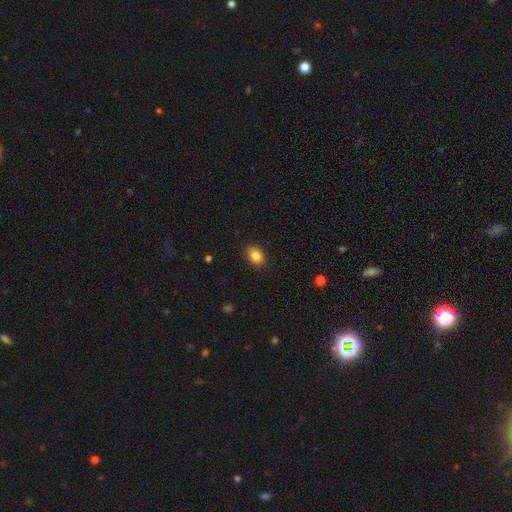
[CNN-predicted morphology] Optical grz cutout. It shows a smooth galaxy with no disk features (86%) that is in between round and cigar-shaped (79%). Merging: none (88%).